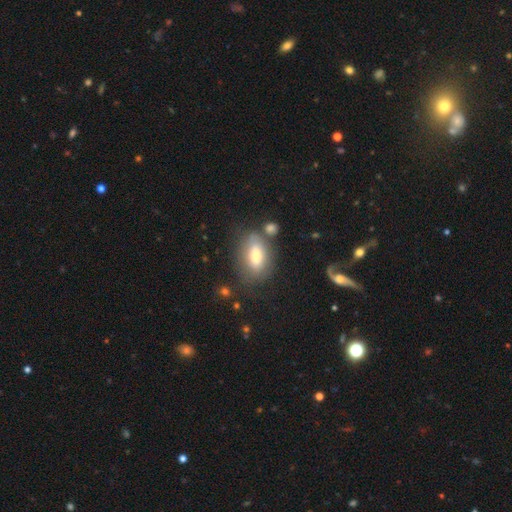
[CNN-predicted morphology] Q: Smooth or featured?
A: smooth (69%); runner-up: featured or disk (23%)
Q: How rounded?
A: in between (88%); runner-up: cigar-shaped (7%)
Q: Merging?
A: none (64%); runner-up: minor disturbance (19%)